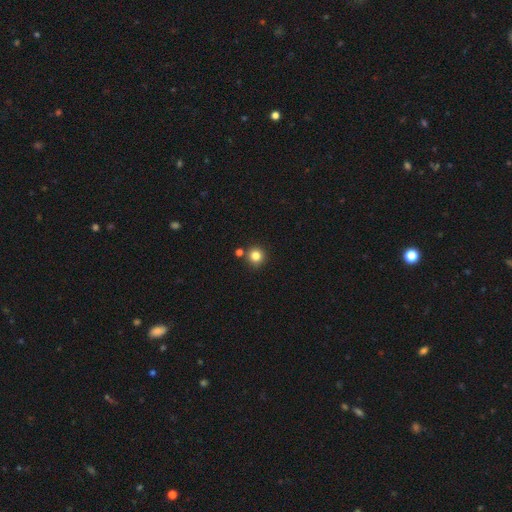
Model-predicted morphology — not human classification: smooth 83%, star or artifact 12%, featured or disk 5%. Down the decision tree: how rounded — round (94%); merging — none (81%).